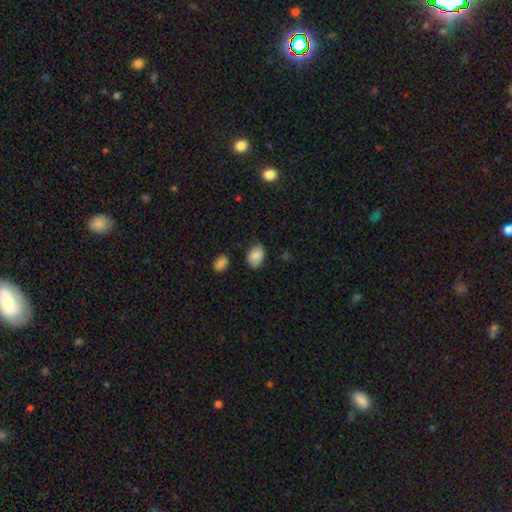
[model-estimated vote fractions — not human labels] Overall: smooth (83%). How rounded: in between (78%). Merging: none (72%).